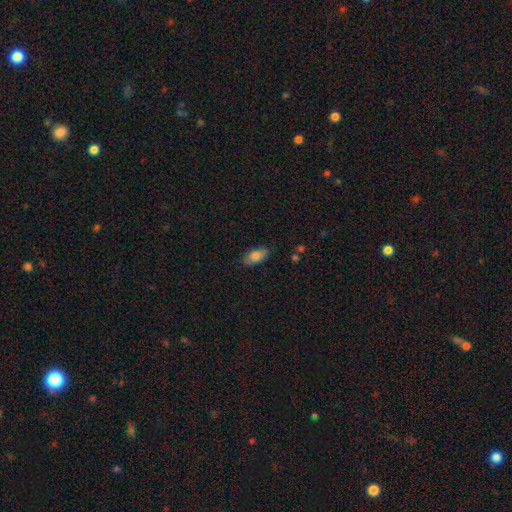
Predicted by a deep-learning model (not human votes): Smooth or featured: smooth — 82% (featured or disk — 11%)
How rounded: in between — 89% (cigar-shaped — 7%)
Merging: none — 81% (minor disturbance — 14%)